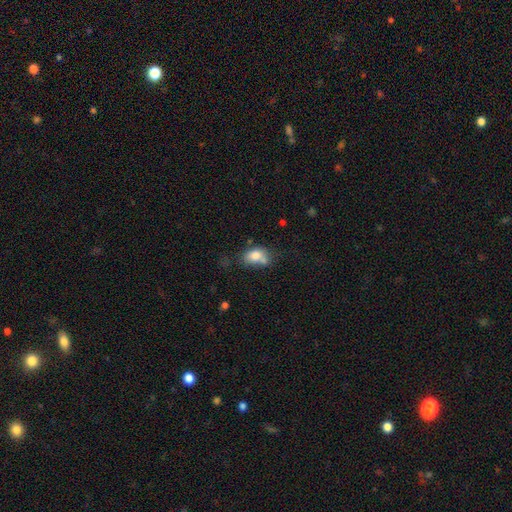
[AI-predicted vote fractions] This is likely a smooth galaxy (77%). How rounded: likely in between (72%). Merging: marginally none (39%).